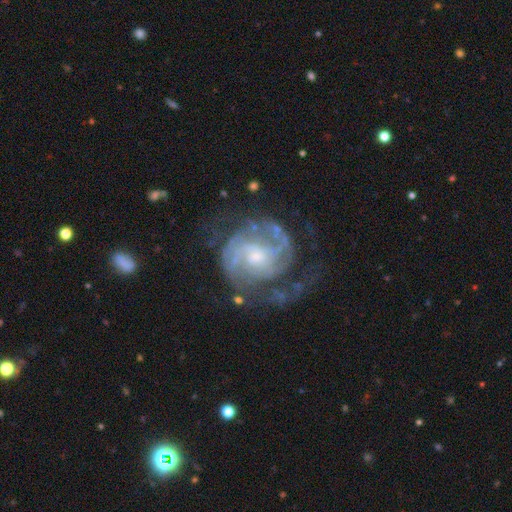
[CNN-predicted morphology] Q: Smooth or featured?
A: featured or disk (88%); runner-up: smooth (6%)
Q: Edge-on disk?
A: no (98%); runner-up: yes (2%)
Q: Bar?
A: no (58%); runner-up: weak (35%)
Q: Spiral arms?
A: yes (95%); runner-up: no (5%)
Q: Spiral winding?
A: tight (48%); runner-up: medium (41%)
Q: Spiral arm count?
A: 2 (54%); runner-up: can't tell (19%)
Q: Bulge size?
A: small (50%); runner-up: moderate (40%)
Q: Merging?
A: none (61%); runner-up: minor disturbance (18%)